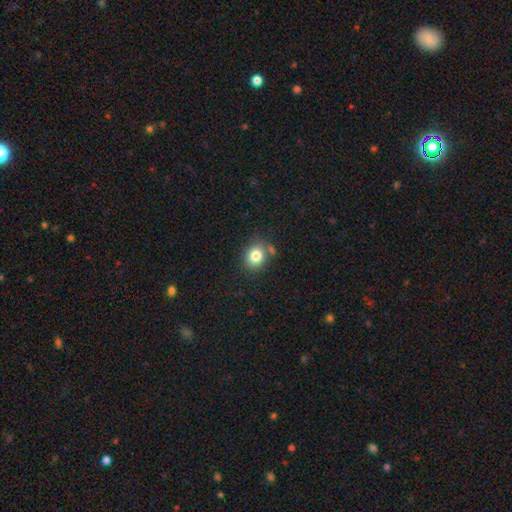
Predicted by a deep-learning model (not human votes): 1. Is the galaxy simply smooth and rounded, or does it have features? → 82% smooth, 11% star or artifact, 8% featured or disk.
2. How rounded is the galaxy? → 61% round, 38% in between, 1% cigar-shaped.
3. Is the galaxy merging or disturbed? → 73% none, 14% minor disturbance, 9% merger, 4% major disturbance.